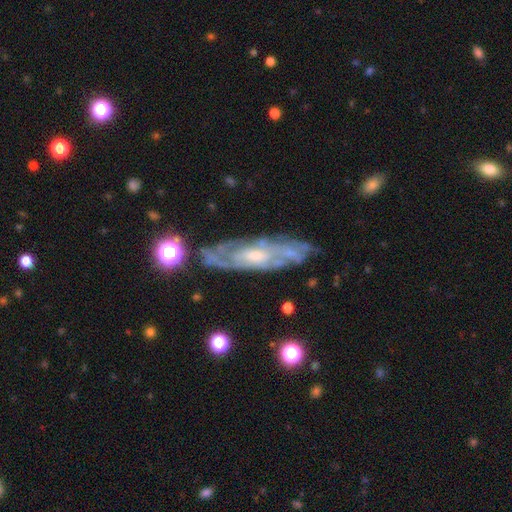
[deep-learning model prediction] smooth_or_featured: featured or disk (p=0.80) [alt: smooth p=0.13]
disk_edge_on: no (p=0.79) [alt: yes p=0.21]
bar: no (p=0.61) [alt: weak p=0.32]
has_spiral_arms: yes (p=0.86) [alt: no p=0.14]
spiral_winding: tight (p=0.59) [alt: medium p=0.33]
spiral_arm_count: can't tell (p=0.56) [alt: 2 p=0.24]
bulge_size: small (p=0.55) [alt: moderate p=0.37]
merging: none (p=0.73) [alt: minor disturbance p=0.18]